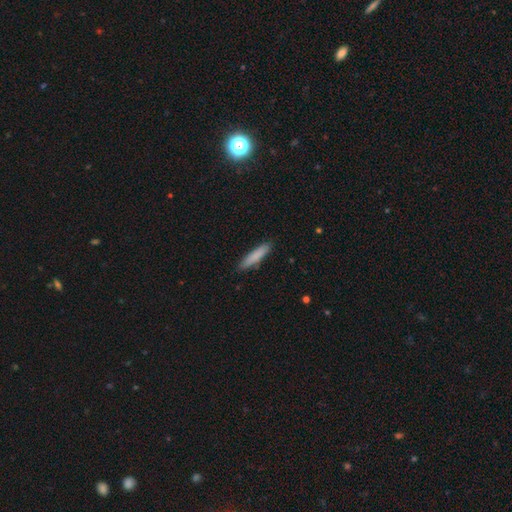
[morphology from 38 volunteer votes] This is likely a smooth galaxy (79%). How rounded: clearly cigar-shaped (83%). Merging: clearly none (80%).